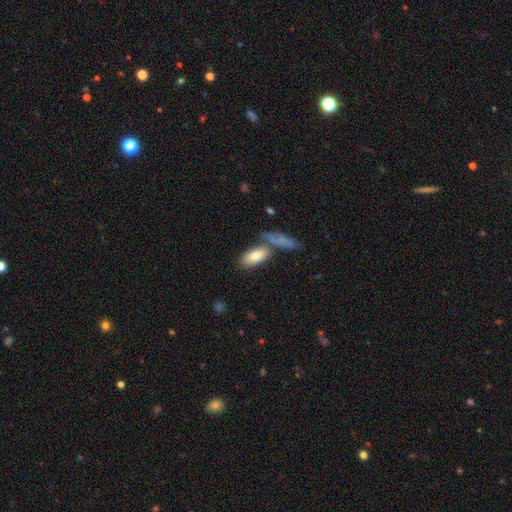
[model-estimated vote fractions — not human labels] Overall: smooth (81%). How rounded: in between (86%). Merging: none (54%; merger 28%).